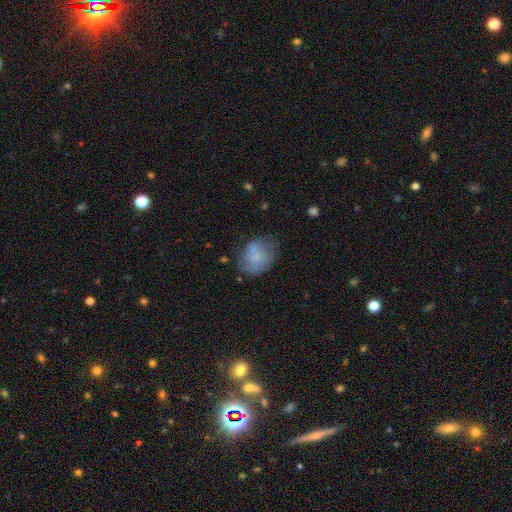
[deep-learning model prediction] A smooth galaxy with no disk features (64%) that is in between round and cigar-shaped (56%).

Vote fractions:
- Smooth or featured? smooth: 64% / featured or disk: 27% / star or artifact: 9%
- How rounded? in between: 56% / round: 43% / cigar-shaped: 1%
- Merging? none: 50% / minor disturbance: 29% / major disturbance: 14% / merger: 8%